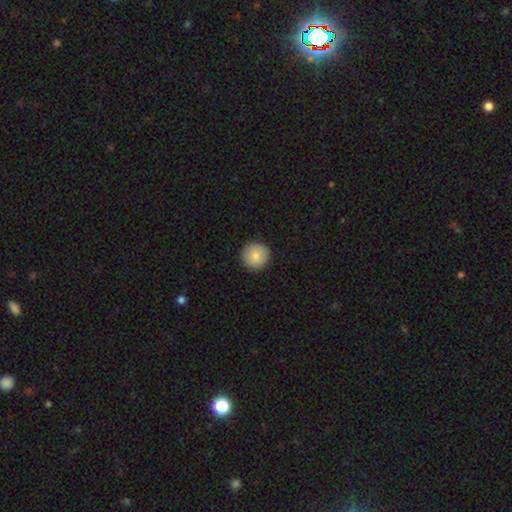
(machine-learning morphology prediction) smooth-or-featured: smooth: 83% | featured or disk: 9% | star or artifact: 8%
  how-rounded: round: 96% | in between: 3% | cigar-shaped: 1%
  merging: none: 92% | minor disturbance: 6% | major disturbance: 2% | merger: 1%